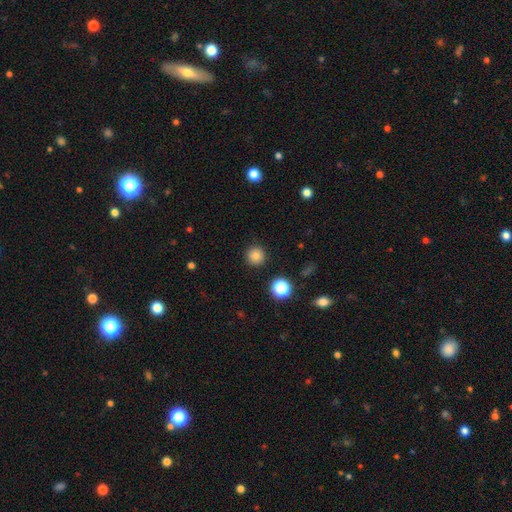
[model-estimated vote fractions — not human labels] Smooth or featured: smooth — 81% (star or artifact — 13%)
How rounded: round — 96% (in between — 3%)
Merging: none — 91% (minor disturbance — 5%)